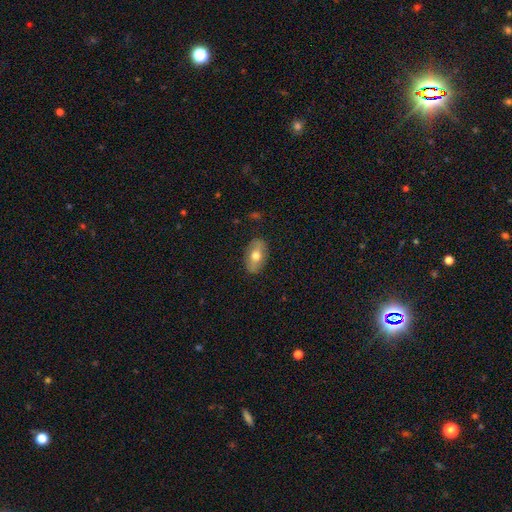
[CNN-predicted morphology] This appears to be a smooth galaxy with no disk features (63%) that is in between round and cigar-shaped (89%). Merging: none (85%).